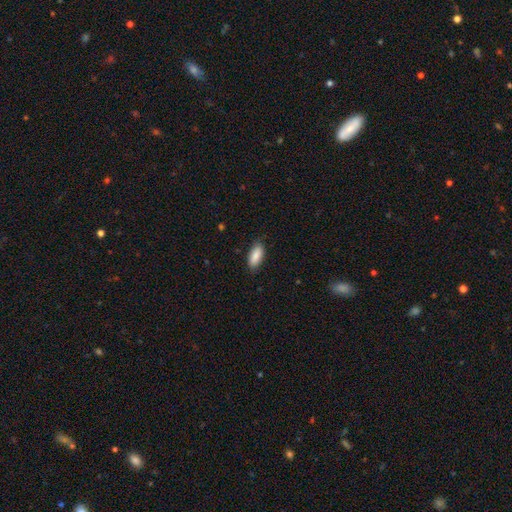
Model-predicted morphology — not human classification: Overall: smooth (88%). How rounded: in between (88%). Merging: none (86%).